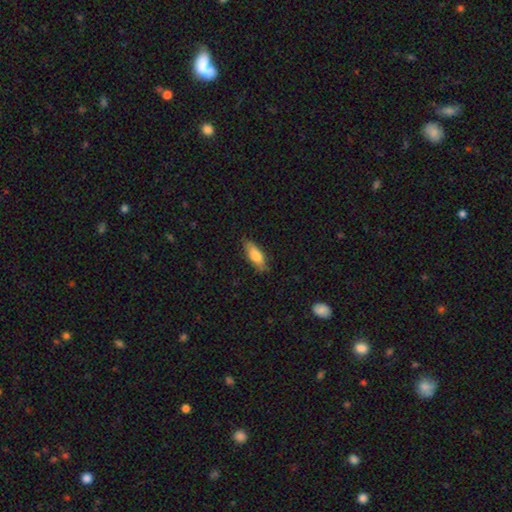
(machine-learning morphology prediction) A smooth galaxy with no disk features (77%) that is in between round and cigar-shaped (66%).

Vote fractions:
- Smooth or featured? smooth: 77% / featured or disk: 17% / star or artifact: 6%
- How rounded? in between: 66% / cigar-shaped: 32% / round: 2%
- Merging? none: 83% / minor disturbance: 14% / major disturbance: 2% / merger: 1%